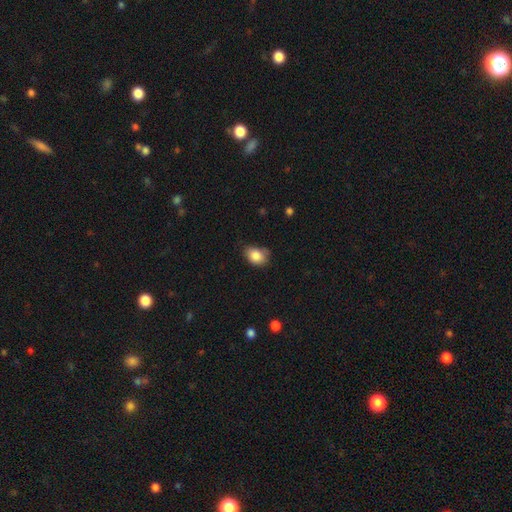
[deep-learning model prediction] smooth 84%, star or artifact 8%, featured or disk 7%. Down the decision tree: how rounded — in between (71%); merging — none (59%).